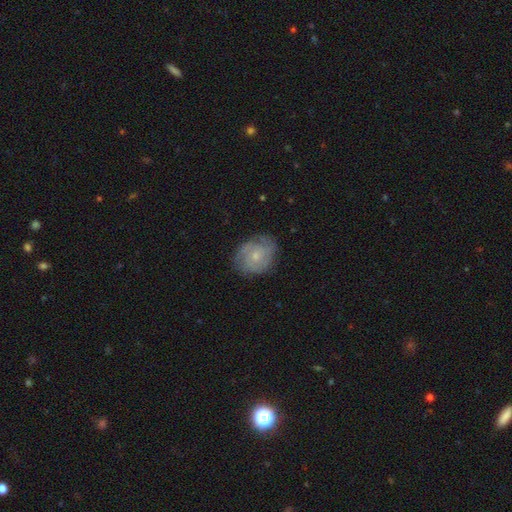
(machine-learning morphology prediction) smooth_or_featured: featured or disk (p=0.63) [alt: smooth p=0.30]
disk_edge_on: no (p=0.97) [alt: yes p=0.03]
bar: no (p=0.79) [alt: weak p=0.19]
has_spiral_arms: yes (p=0.87) [alt: no p=0.13]
spiral_winding: tight (p=0.59) [alt: medium p=0.32]
spiral_arm_count: can't tell (p=0.36) [alt: 2 p=0.27]
bulge_size: small (p=0.64) [alt: moderate p=0.31]
merging: none (p=0.73) [alt: minor disturbance p=0.20]